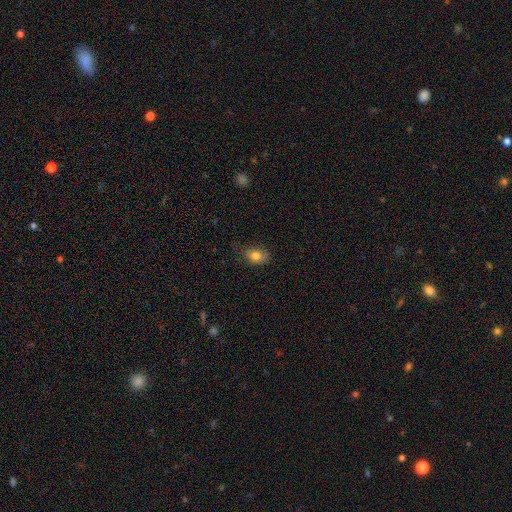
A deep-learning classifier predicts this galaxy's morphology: A smooth galaxy with no disk features (81%) that is in between round and cigar-shaped (73%). Merging: none (68%).